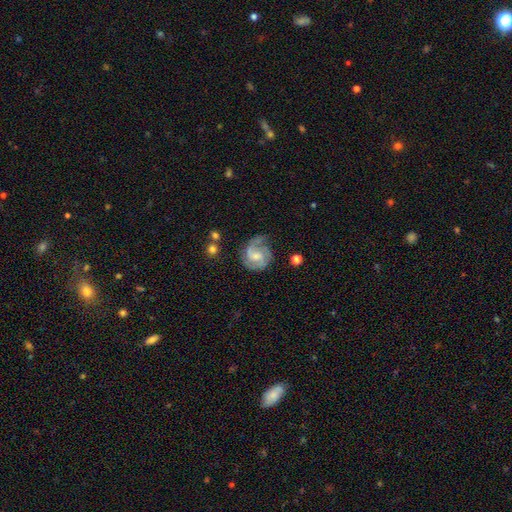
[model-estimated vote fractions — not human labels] Smooth or featured? Predicted: featured or disk (p=0.79). Edge-on disk? Predicted: no (p=0.98). Bar? Predicted: weak (p=0.47). Spiral arms? Predicted: yes (p=0.95). Spiral winding? Predicted: medium (p=0.46). Spiral arm count? Predicted: 2 (p=0.57). Bulge size? Predicted: moderate (p=0.44). Merging? Predicted: none (p=0.58).